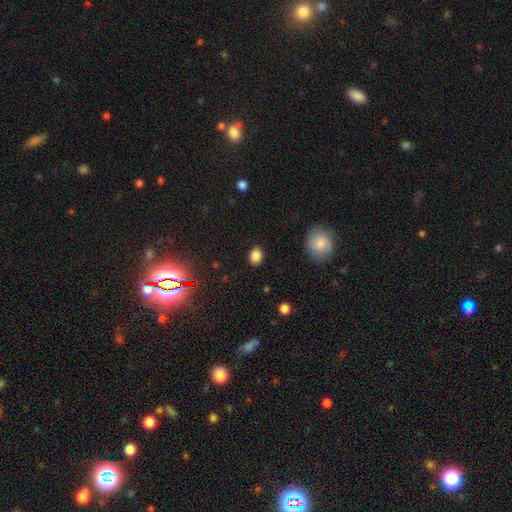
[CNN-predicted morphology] smooth-or-featured: smooth: 84% | star or artifact: 11% | featured or disk: 5%
  how-rounded: in between: 74% | round: 24% | cigar-shaped: 1%
  merging: none: 87% | minor disturbance: 9% | major disturbance: 2% | merger: 1%